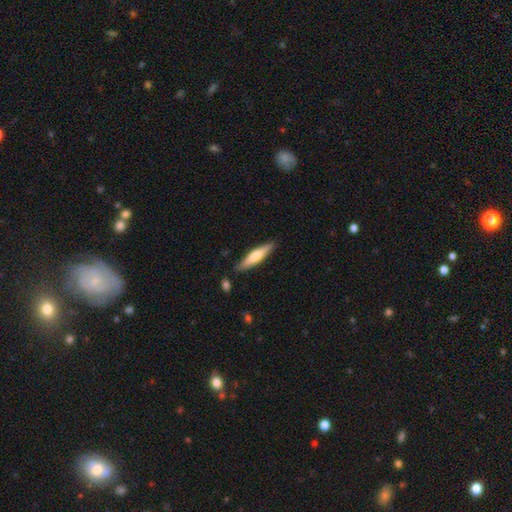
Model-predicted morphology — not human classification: A smooth galaxy with no disk features (59%) that is cigar-shaped (81%). Merging: none (85%).